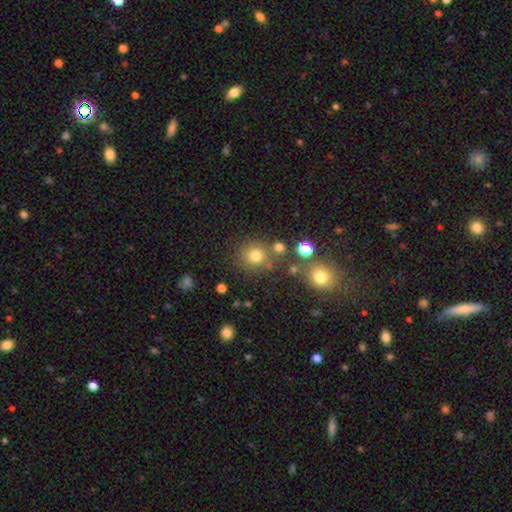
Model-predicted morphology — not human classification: Smooth or featured? smooth (75%)
How rounded? round (90%)
Merging? none (76%)